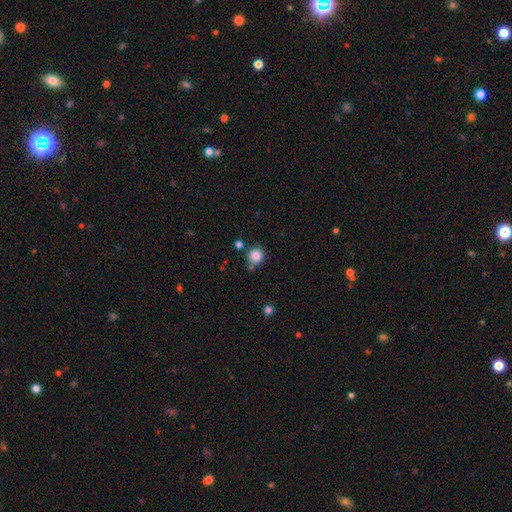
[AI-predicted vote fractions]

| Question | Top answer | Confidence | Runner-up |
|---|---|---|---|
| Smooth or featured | smooth | 85% | star or artifact (10%) |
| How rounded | round | 91% | in between (8%) |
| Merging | none | 73% | minor disturbance (13%) |